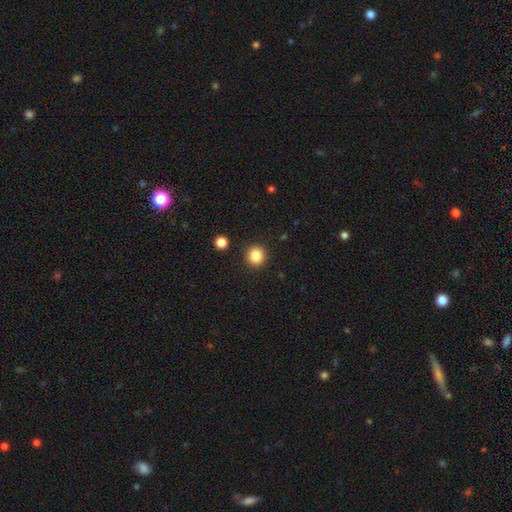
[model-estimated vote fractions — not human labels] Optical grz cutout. It shows a smooth galaxy with no disk features (86%) that is round (91%). Merging: none (90%).